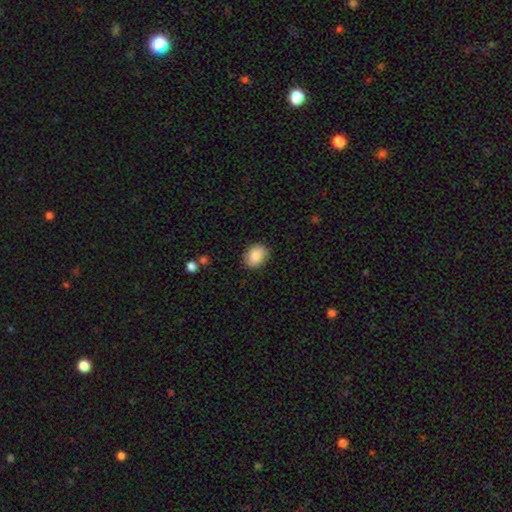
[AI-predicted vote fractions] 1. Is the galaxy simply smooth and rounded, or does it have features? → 87% smooth, 7% star or artifact, 6% featured or disk.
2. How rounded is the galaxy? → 64% in between, 35% round, 1% cigar-shaped.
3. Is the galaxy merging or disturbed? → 85% none, 11% minor disturbance, 2% major disturbance, 1% merger.